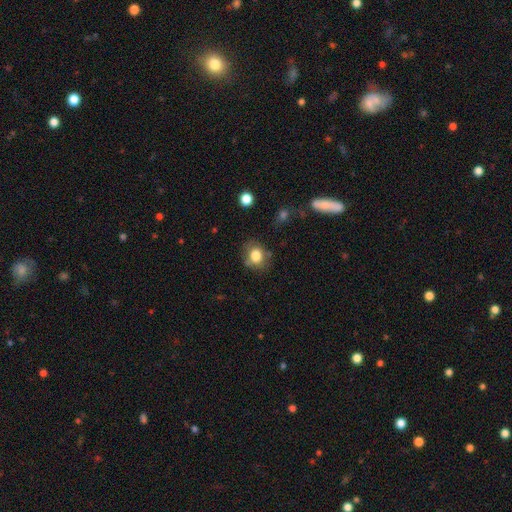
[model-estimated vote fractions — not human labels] Overall: smooth (81%). How rounded: round (64%; in between 35%). Merging: none (74%).